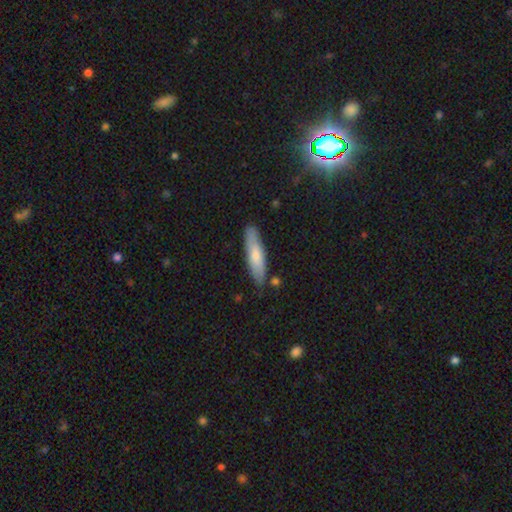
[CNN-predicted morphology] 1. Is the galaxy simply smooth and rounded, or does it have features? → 70% smooth, 24% featured or disk, 6% star or artifact.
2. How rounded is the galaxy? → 75% cigar-shaped, 23% in between, 1% round.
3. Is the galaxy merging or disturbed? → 83% none, 12% minor disturbance, 3% merger, 2% major disturbance.